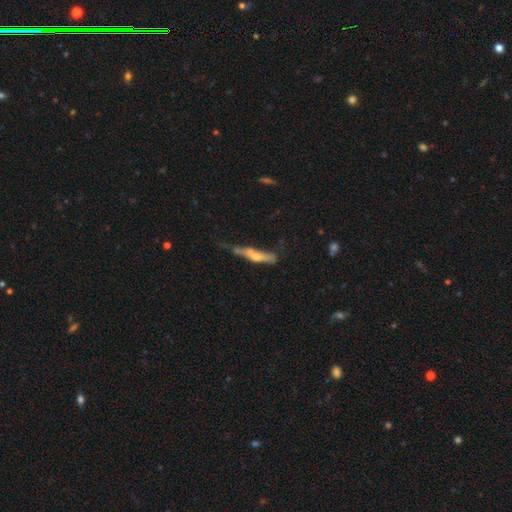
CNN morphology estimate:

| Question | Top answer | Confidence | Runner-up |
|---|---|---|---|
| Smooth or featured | smooth | 49% | featured or disk (44%) |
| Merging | none | 35% | minor disturbance (30%) |